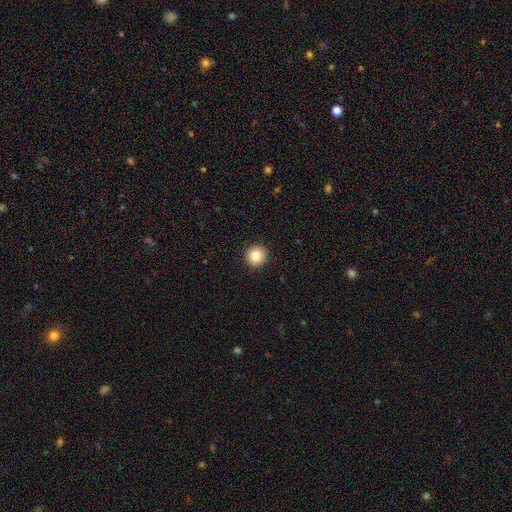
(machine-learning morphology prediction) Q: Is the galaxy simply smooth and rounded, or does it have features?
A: smooth — 83%.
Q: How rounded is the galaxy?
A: round — 95%.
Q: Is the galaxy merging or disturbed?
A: none — 93%.